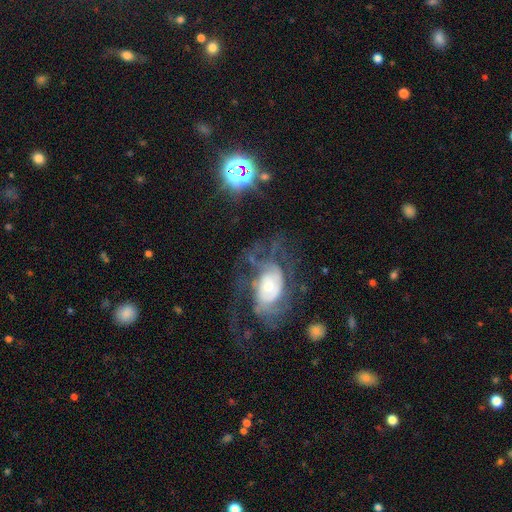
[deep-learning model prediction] Smooth or featured?
  - featured or disk: 76% *
  - smooth: 13%
  - star or artifact: 11%
Edge-on disk?
  - no: 95% *
  - yes: 5%
Bar?
  - no: 63% *
  - weak: 28%
  - strong: 8%
Spiral arms?
  - yes: 88% *
  - no: 12%
Spiral winding?
  - tight: 47% *
  - medium: 39%
  - loose: 15%
Spiral arm count?
  - can't tell: 37% *
  - 2: 33%
  - 3: 12%
  - 1: 8%
  - 4: 6%
  - more than 4: 5%
Bulge size?
  - moderate: 42% *
  - small: 35%
  - large: 16%
  - none: 4%
  - dominant: 3%
Merging?
  - none: 61% *
  - major disturbance: 19%
  - minor disturbance: 17%
  - merger: 2%